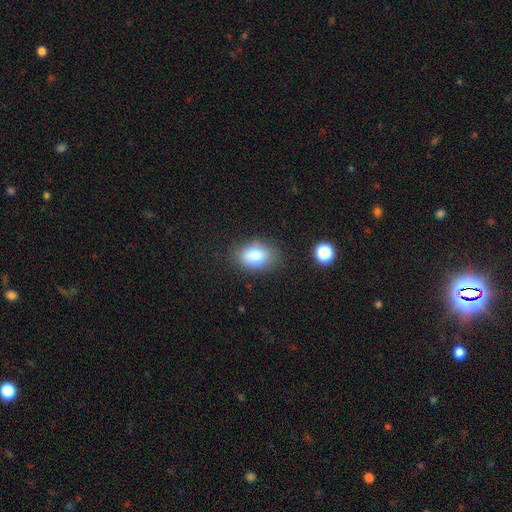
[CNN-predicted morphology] The model was most divided on "how rounded": in between: 72%, round: 27%, cigar-shaped: 1%. More confident: merging — none (79%); smooth or featured — smooth (78%).